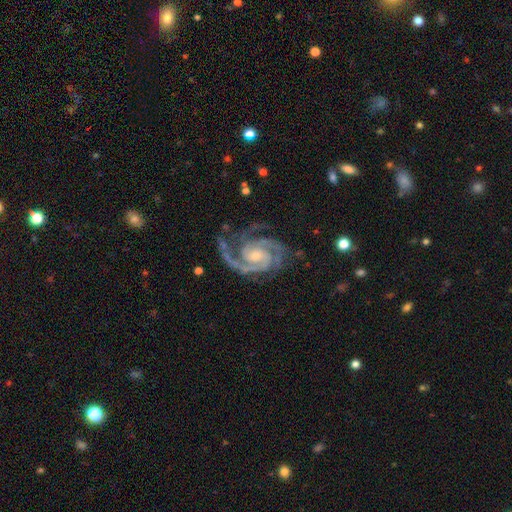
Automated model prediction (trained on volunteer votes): Smooth or featured? featured or disk (94%)
Edge-on disk? no (98%)
Bar? no (54%)
Spiral arms? yes (99%)
Spiral winding? tight (57%)
Spiral arm count? 2 (49%)
Bulge size? small (53%)
Merging? none (72%)